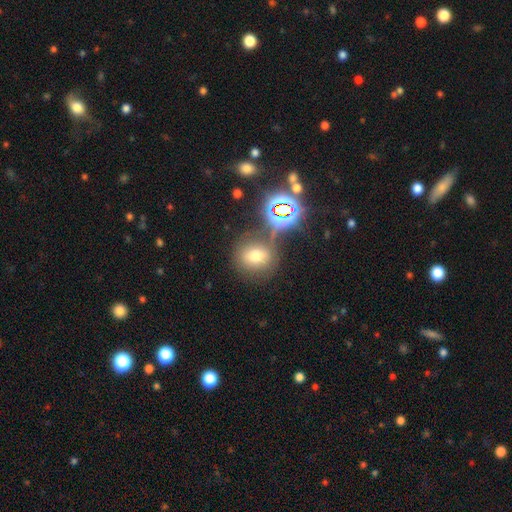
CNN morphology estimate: smooth-or-featured: smooth: 61% | star or artifact: 26% | featured or disk: 13%
  how-rounded: round: 69% | in between: 30% | cigar-shaped: 2%
  merging: none: 68% | minor disturbance: 13% | merger: 12% | major disturbance: 7%